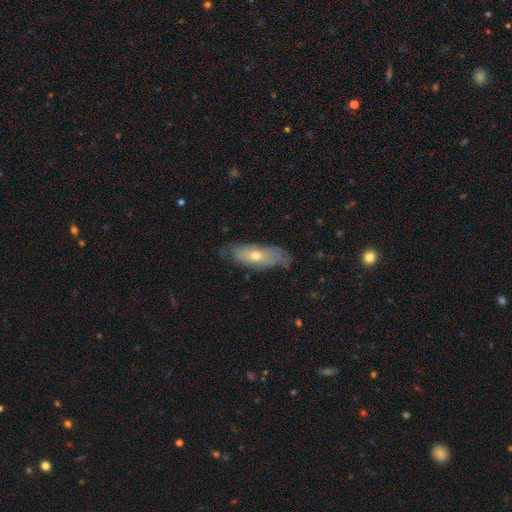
Overall: featured or disk (57%; smooth 38%). Edge-on disk: no (52%; yes 48%). Bar: no (75%). Spiral arms: yes (50%, tied with no). Spiral arm count: can't tell (67%; 2 33%). Spiral winding: tight (67%; medium 33%). Bulge size: moderate (50%, tied with small). Merging: none (79%).